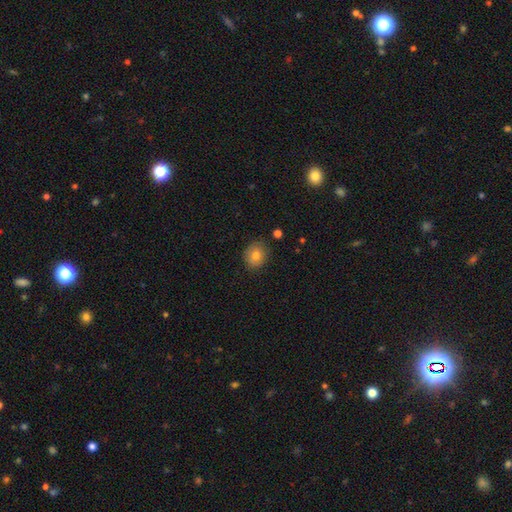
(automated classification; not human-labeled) Smooth or featured: smooth — 80% (featured or disk — 10%)
How rounded: round — 67% (in between — 32%)
Merging: none — 85% (minor disturbance — 11%)